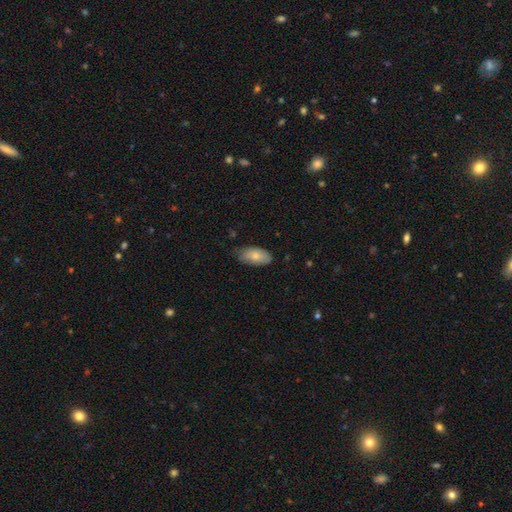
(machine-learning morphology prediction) This is likely a smooth galaxy (77%). How rounded: clearly in between (94%). Merging: likely none (68%).